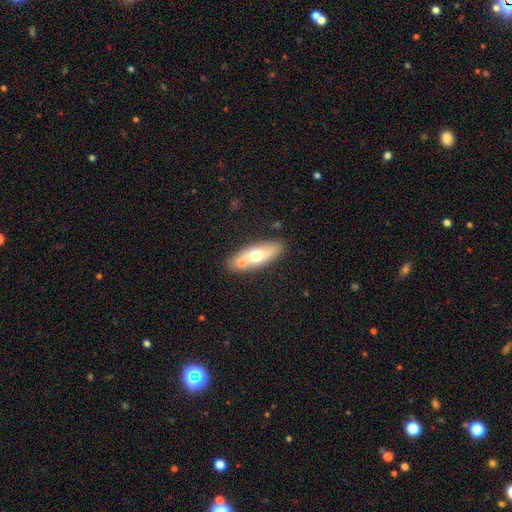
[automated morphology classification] This is possibly a smooth galaxy (59%). How rounded: likely in between (65%). Merging: likely none (66%).